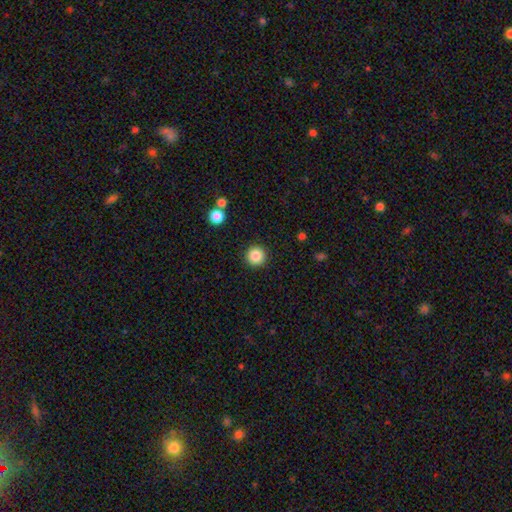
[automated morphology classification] Smooth or featured? smooth (86%)
How rounded? round (96%)
Merging? none (92%)